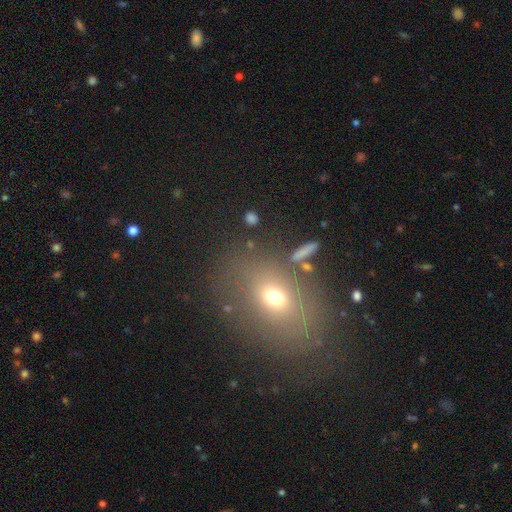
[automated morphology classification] This appears to be a smooth galaxy with no disk features (57%) that is in between round and cigar-shaped (67%). Merging: none (78%).